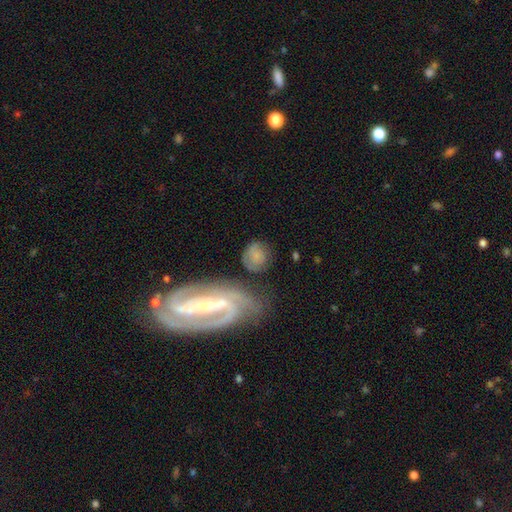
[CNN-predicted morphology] Q: Smooth or featured?
A: smooth (60%); runner-up: featured or disk (30%)
Q: How rounded?
A: round (67%); runner-up: in between (31%)
Q: Merging?
A: none (57%); runner-up: minor disturbance (20%)